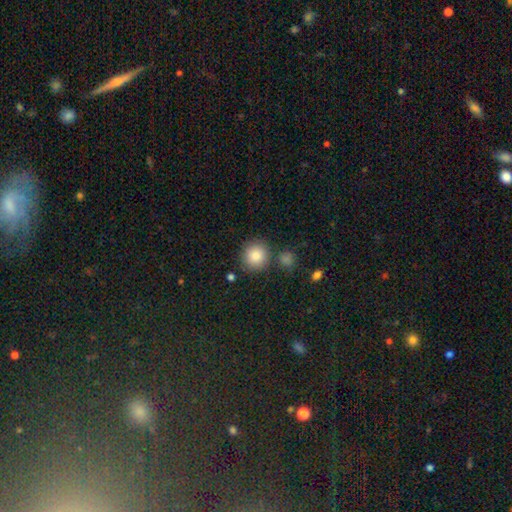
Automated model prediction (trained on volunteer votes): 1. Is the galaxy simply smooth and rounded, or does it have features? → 86% smooth, 8% star or artifact, 5% featured or disk.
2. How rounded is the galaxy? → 90% round, 9% in between, 1% cigar-shaped.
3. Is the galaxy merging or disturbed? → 80% none, 9% minor disturbance, 8% merger, 3% major disturbance.